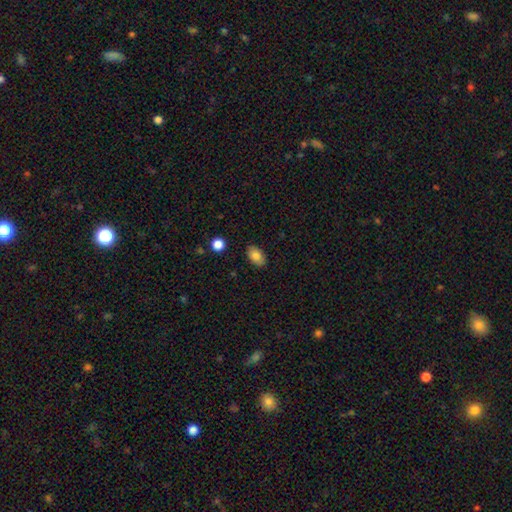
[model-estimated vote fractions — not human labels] smooth 84%, star or artifact 8%, featured or disk 8%. Down the decision tree: how rounded — in between (90%); merging — none (86%).